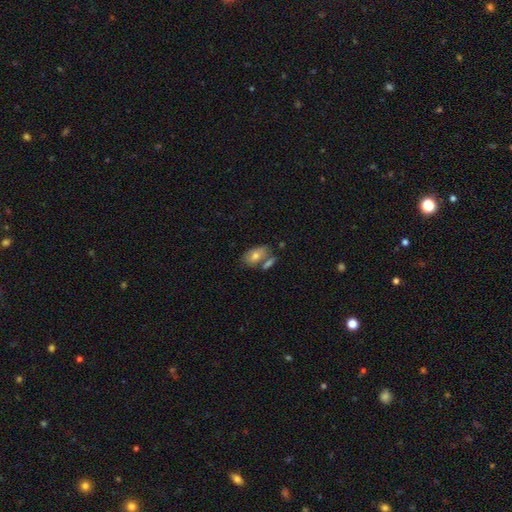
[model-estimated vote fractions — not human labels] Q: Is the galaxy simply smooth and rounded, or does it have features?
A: smooth — 70%.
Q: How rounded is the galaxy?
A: in between — 90%.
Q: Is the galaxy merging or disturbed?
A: none — 50%.